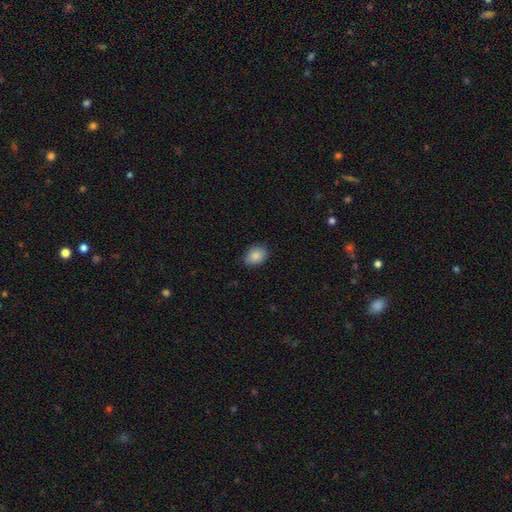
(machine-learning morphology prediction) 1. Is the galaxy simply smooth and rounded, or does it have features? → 87% smooth, 8% star or artifact, 5% featured or disk.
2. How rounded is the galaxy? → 60% in between, 39% round, 1% cigar-shaped.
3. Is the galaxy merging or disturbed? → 83% none, 13% minor disturbance, 2% major disturbance, 1% merger.